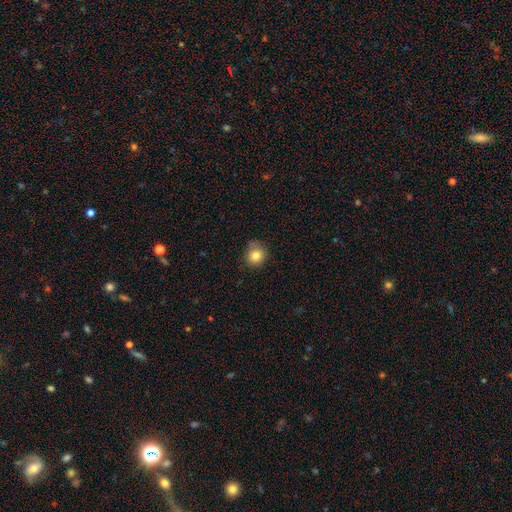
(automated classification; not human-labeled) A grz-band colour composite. It shows a smooth galaxy with no disk features (81%) that is round (83%). Merging: none (70%).